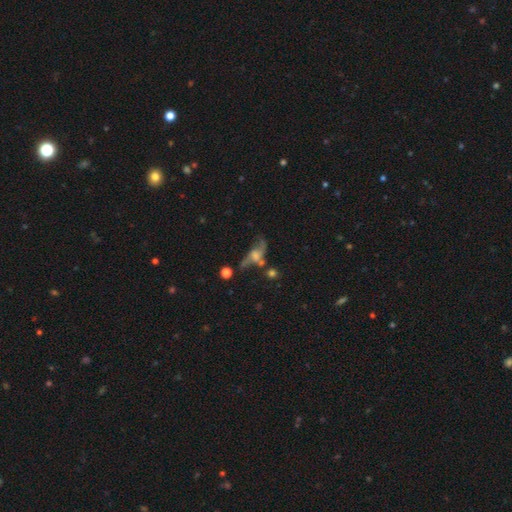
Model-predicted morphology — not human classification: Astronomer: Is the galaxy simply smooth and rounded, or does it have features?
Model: featured or disk — 57%.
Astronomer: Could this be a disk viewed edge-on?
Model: no — 87%.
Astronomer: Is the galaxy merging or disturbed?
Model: none — 36% (runner-up: major disturbance, 27%).